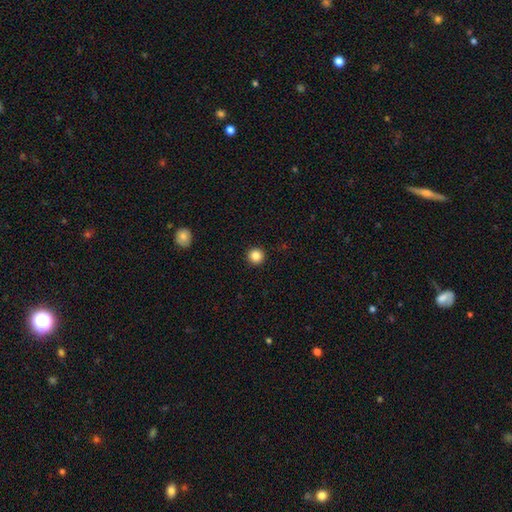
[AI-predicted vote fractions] smooth-or-featured: smooth: 85% | star or artifact: 11% | featured or disk: 4%
  how-rounded: round: 96% | in between: 3% | cigar-shaped: 1%
  merging: none: 94% | minor disturbance: 4% | major disturbance: 1% | merger: 1%